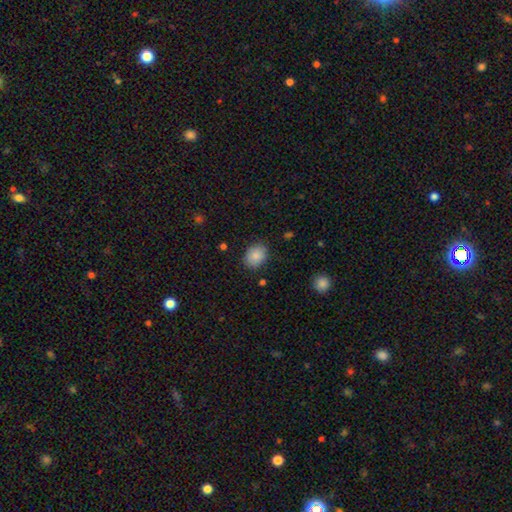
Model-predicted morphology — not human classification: Smooth or featured?
  - smooth: 87% *
  - star or artifact: 8%
  - featured or disk: 5%
How rounded?
  - in between: 54% *
  - round: 45%
  - cigar-shaped: 1%
Merging?
  - none: 84% *
  - minor disturbance: 12%
  - major disturbance: 3%
  - merger: 1%